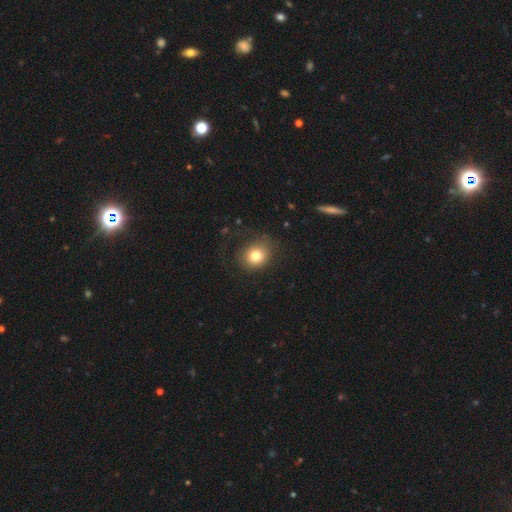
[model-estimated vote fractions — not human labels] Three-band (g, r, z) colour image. It shows a smooth galaxy with no disk features (79%) that is round (70%). Merging: none (76%).